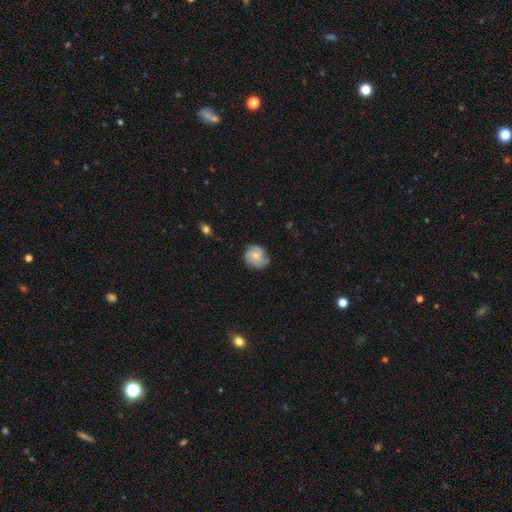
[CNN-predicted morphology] This appears to be a featured or disk galaxy (50%). Merging: none (71%).